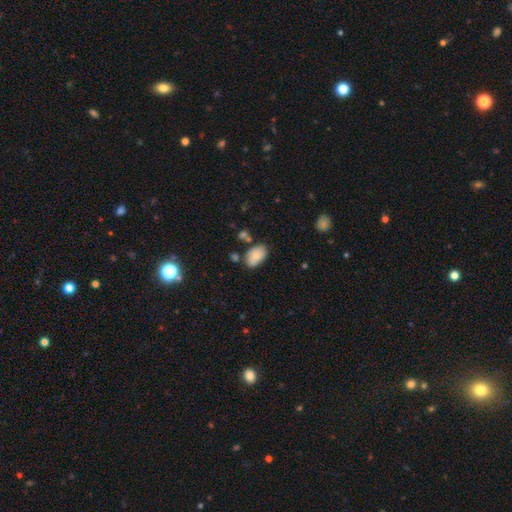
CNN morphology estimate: Smooth or featured? Predicted: smooth (p=0.77). How rounded? Predicted: in between (p=0.91). Merging? Predicted: none (p=0.63).